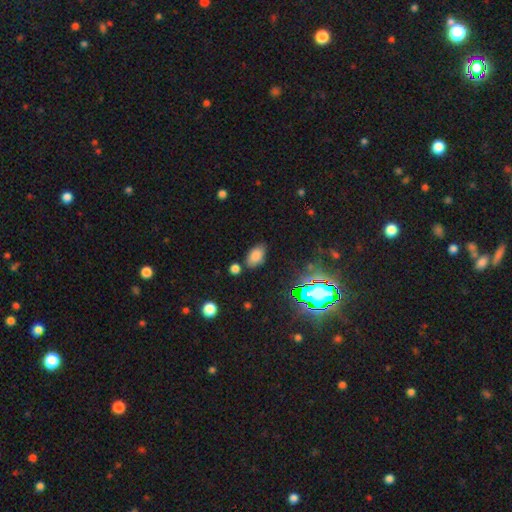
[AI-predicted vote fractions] smooth_or_featured: smooth (p=0.75) [alt: star or artifact p=0.16]
how_rounded: in between (p=0.91) [alt: round p=0.07]
merging: none (p=0.76) [alt: minor disturbance p=0.15]